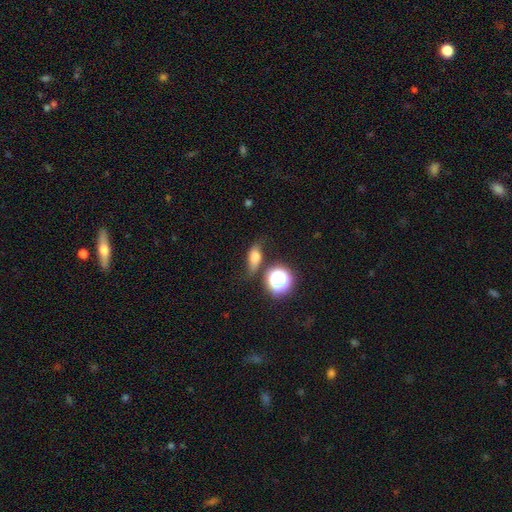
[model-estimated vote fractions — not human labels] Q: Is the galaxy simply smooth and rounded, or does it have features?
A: smooth — 63%.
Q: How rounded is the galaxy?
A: in between — 65%.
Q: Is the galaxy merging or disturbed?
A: none — 55%.